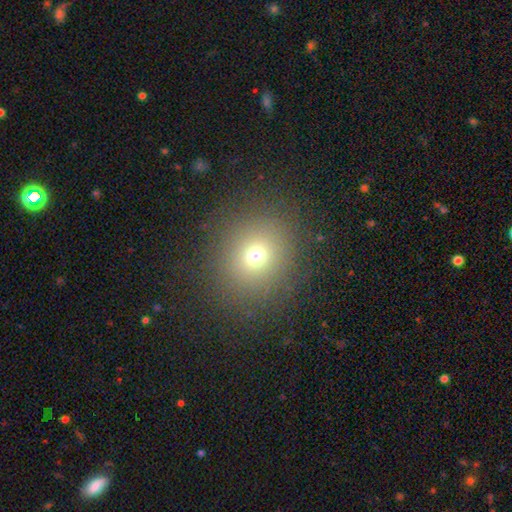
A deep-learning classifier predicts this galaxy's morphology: smooth-or-featured: smooth: 69% | star or artifact: 20% | featured or disk: 10%
  how-rounded: round: 83% | in between: 16% | cigar-shaped: 1%
  merging: none: 86% | minor disturbance: 8% | major disturbance: 5% | merger: 1%